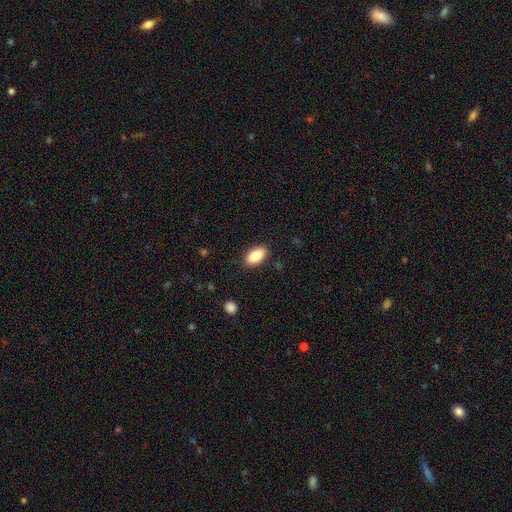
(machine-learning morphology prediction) A smooth galaxy with no disk features (86%) that is in between round and cigar-shaped (93%).

Vote fractions:
- Smooth or featured? smooth: 86% / star or artifact: 7% / featured or disk: 7%
- How rounded? in between: 93% / round: 4% / cigar-shaped: 3%
- Merging? none: 88% / minor disturbance: 9% / major disturbance: 2% / merger: 1%